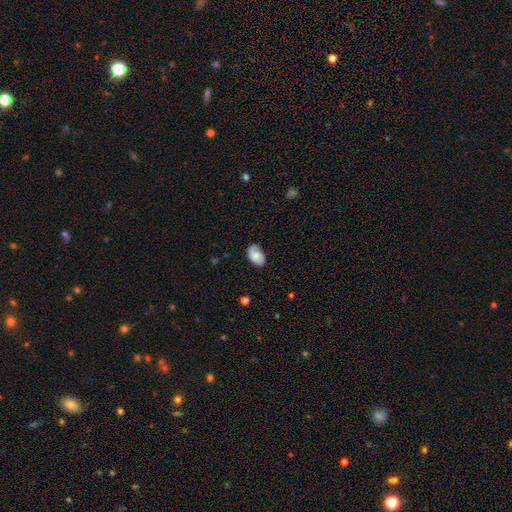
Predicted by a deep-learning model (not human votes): Smooth or featured?
  - smooth: 73% *
  - featured or disk: 20%
  - star or artifact: 7%
How rounded?
  - in between: 91% *
  - round: 8%
  - cigar-shaped: 1%
Merging?
  - none: 70% *
  - minor disturbance: 24%
  - major disturbance: 5%
  - merger: 1%